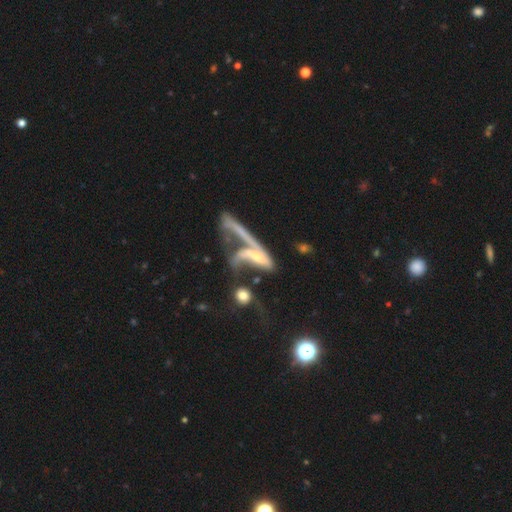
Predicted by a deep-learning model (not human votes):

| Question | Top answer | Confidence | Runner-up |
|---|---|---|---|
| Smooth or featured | featured or disk | 60% | smooth (30%) |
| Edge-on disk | no | 72% | yes (28%) |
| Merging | merger | 48% | major disturbance (29%) |